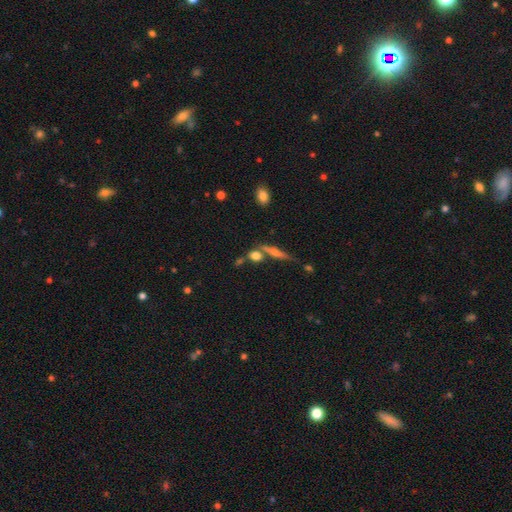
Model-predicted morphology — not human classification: Overall: smooth (63%; featured or disk 23%). How rounded: round (48%; in between 33%). Merging: none (59%; merger 25%).